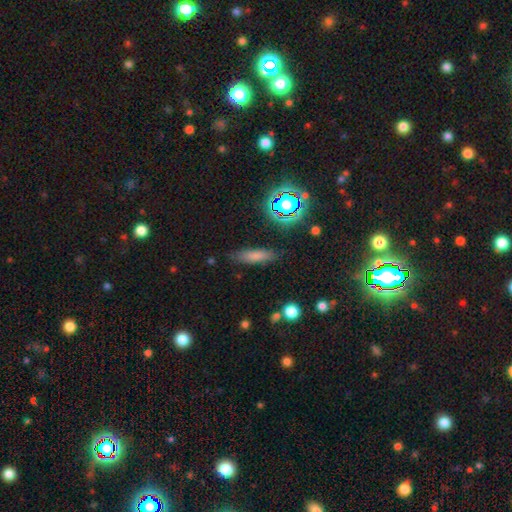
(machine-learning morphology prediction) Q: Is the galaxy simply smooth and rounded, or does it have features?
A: smooth — 73%.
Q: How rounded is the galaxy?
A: cigar-shaped — 65%.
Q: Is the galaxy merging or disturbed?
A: none — 83%.